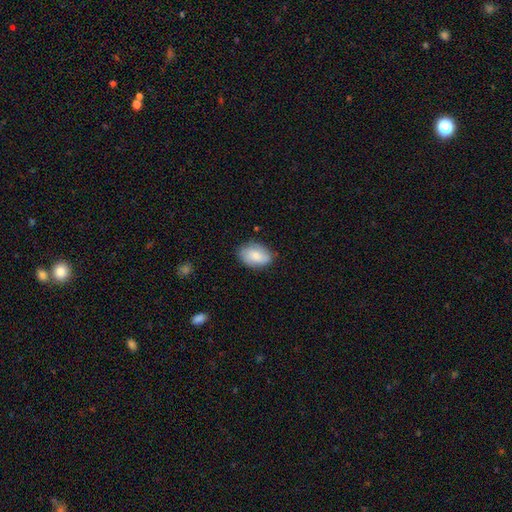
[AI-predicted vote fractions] Smooth or featured: smooth — 81% (featured or disk — 13%)
How rounded: in between — 85% (round — 14%)
Merging: none — 77% (minor disturbance — 18%)